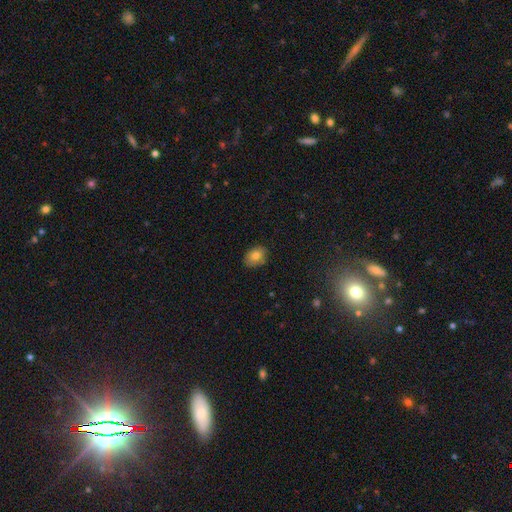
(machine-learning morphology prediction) Smooth or featured? Predicted: smooth (p=0.79). How rounded? Predicted: in between (p=0.74). Merging? Predicted: none (p=0.84).